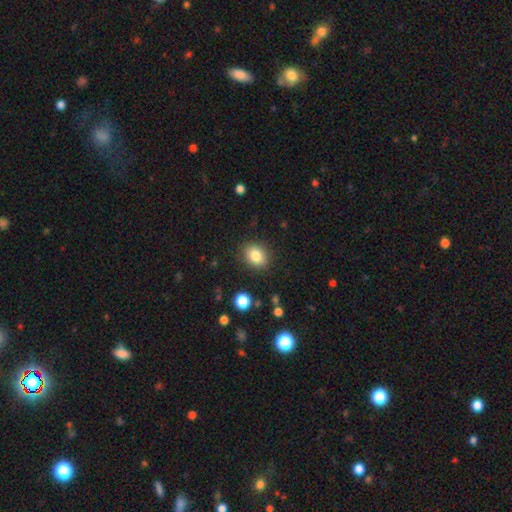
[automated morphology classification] A smooth galaxy with no disk features (83%) that is in between round and cigar-shaped (50%).

Vote fractions:
- Smooth or featured? smooth: 83% / star or artifact: 10% / featured or disk: 7%
- How rounded? in between: 50% / round: 49% / cigar-shaped: 1%
- Merging? none: 87% / minor disturbance: 9% / major disturbance: 3% / merger: 1%